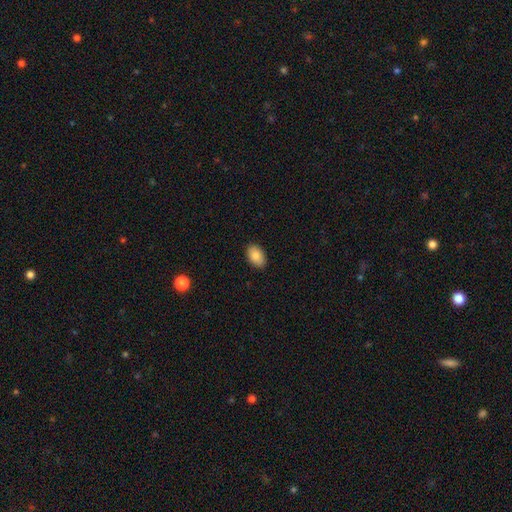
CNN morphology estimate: Overall: smooth (86%). How rounded: in between (90%). Merging: none (88%).